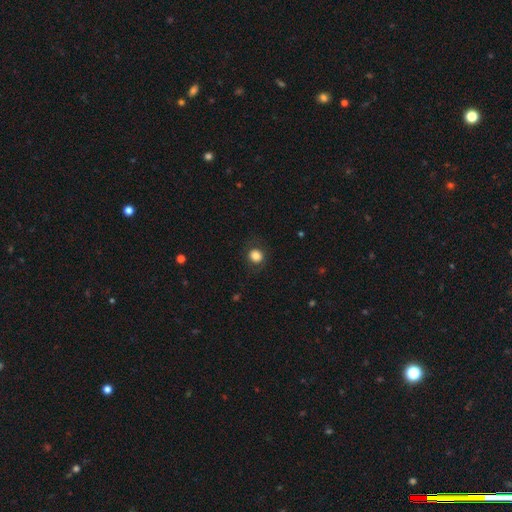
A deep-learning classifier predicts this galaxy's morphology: Smooth or featured? Predicted: smooth (p=0.82). How rounded? Predicted: round (p=0.81). Merging? Predicted: none (p=0.83).